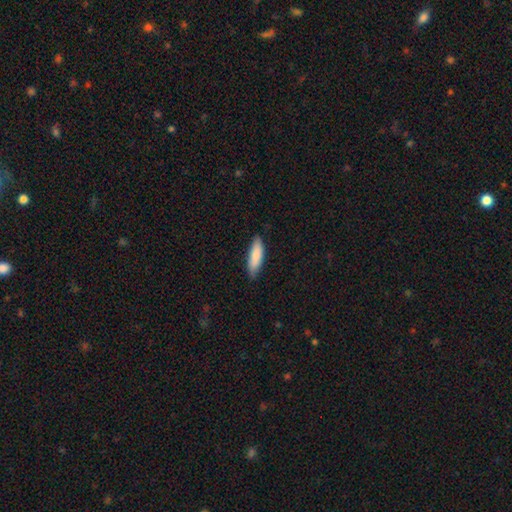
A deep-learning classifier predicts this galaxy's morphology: Smooth or featured? Predicted: smooth (p=0.85). How rounded? Predicted: cigar-shaped (p=0.52). Merging? Predicted: none (p=0.80).